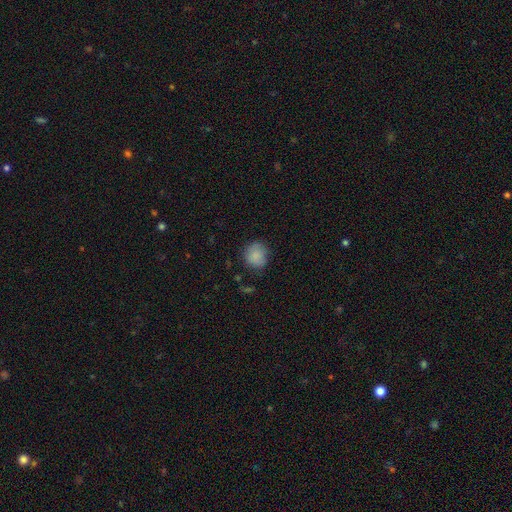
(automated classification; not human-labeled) smooth-or-featured: smooth: 85% | star or artifact: 9% | featured or disk: 6%
  how-rounded: round: 82% | in between: 17% | cigar-shaped: 1%
  merging: none: 74% | minor disturbance: 20% | major disturbance: 5% | merger: 2%